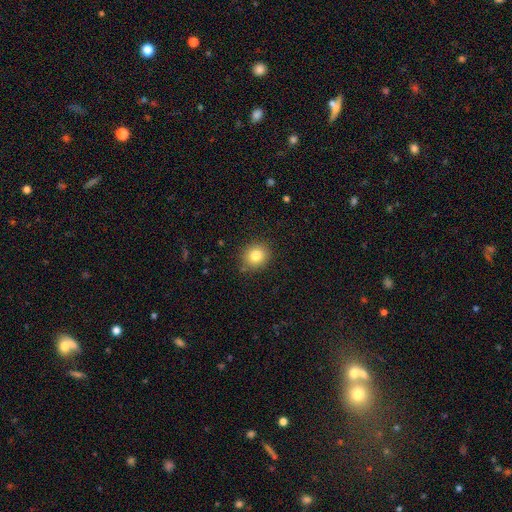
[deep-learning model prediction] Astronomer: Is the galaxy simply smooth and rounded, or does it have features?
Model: smooth — 81%.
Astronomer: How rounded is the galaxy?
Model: round — 80%.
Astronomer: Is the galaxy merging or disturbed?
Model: none — 87%.